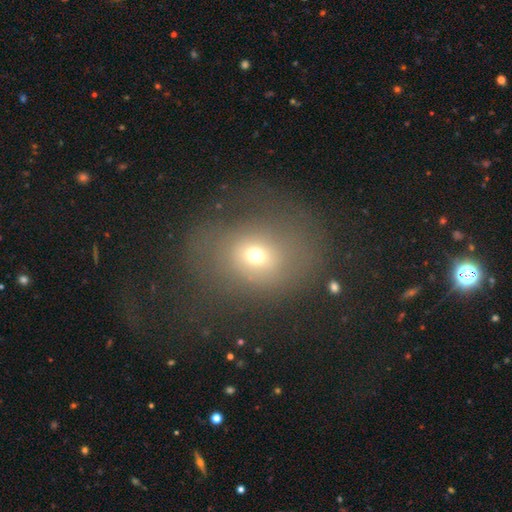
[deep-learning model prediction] A smooth galaxy with no disk features (63%) that is round (58%).

Vote fractions:
- Smooth or featured? smooth: 63% / featured or disk: 19% / star or artifact: 18%
- How rounded? round: 58% / in between: 41% / cigar-shaped: 1%
- Merging? none: 57% / major disturbance: 21% / minor disturbance: 19% / merger: 3%